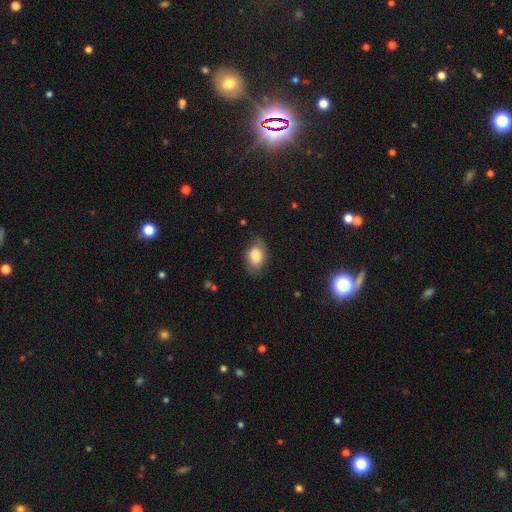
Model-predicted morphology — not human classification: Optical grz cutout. It shows a smooth galaxy with no disk features (74%) that is in between round and cigar-shaped (82%). Merging: none (67%).